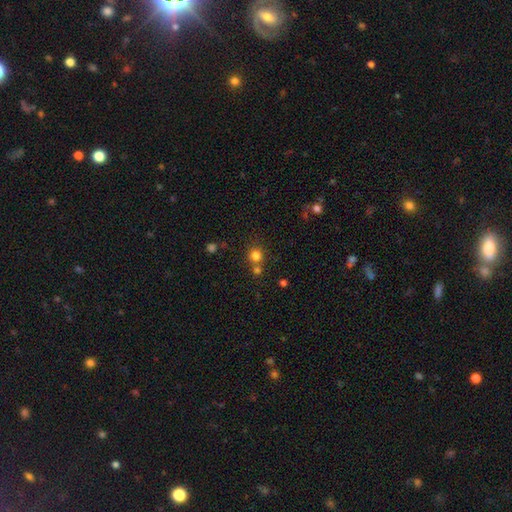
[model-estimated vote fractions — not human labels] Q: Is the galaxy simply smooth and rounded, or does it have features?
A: smooth — 79%.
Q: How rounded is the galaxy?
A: round — 89%.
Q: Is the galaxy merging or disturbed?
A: none — 63%.